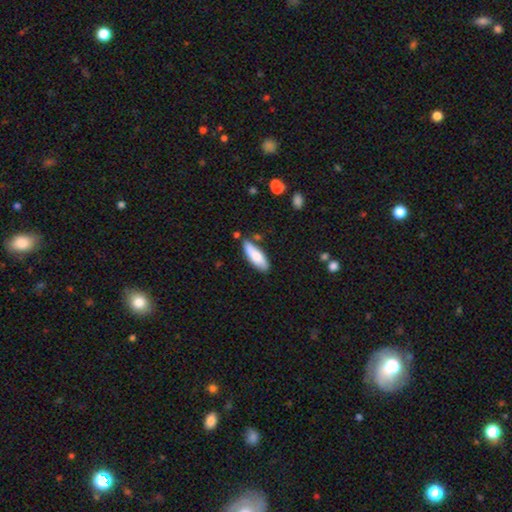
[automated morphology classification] This appears to be a smooth galaxy with no disk features (77%) that is in between round and cigar-shaped (62%). Merging: none (77%).